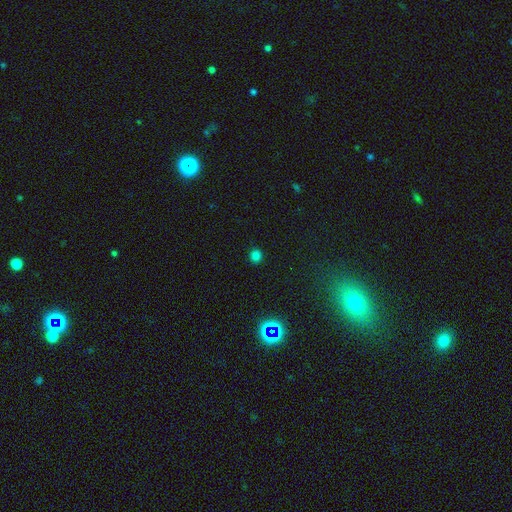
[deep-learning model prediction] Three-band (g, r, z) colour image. It shows a smooth galaxy with no disk features (76%) that is round (89%). Merging: none (90%).